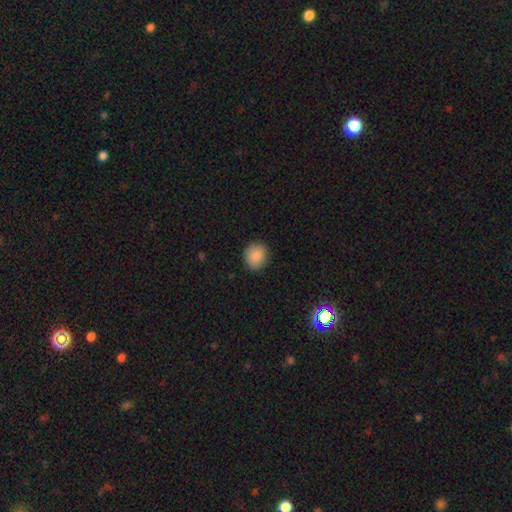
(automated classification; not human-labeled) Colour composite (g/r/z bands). It shows a smooth galaxy with no disk features (88%) that is round (77%). Merging: none (88%).